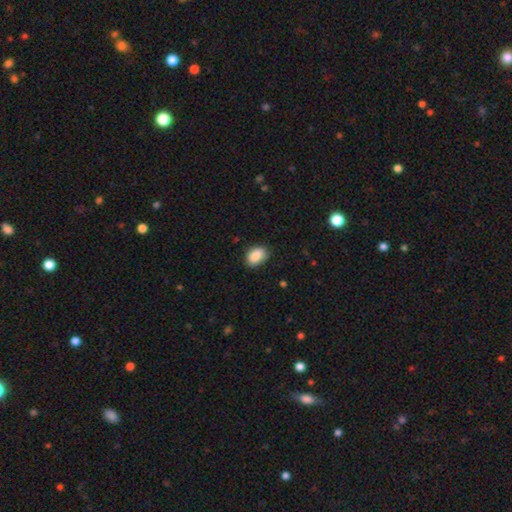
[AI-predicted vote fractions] Smooth or featured? Predicted: smooth (p=0.88). How rounded? Predicted: in between (p=0.83). Merging? Predicted: none (p=0.82).